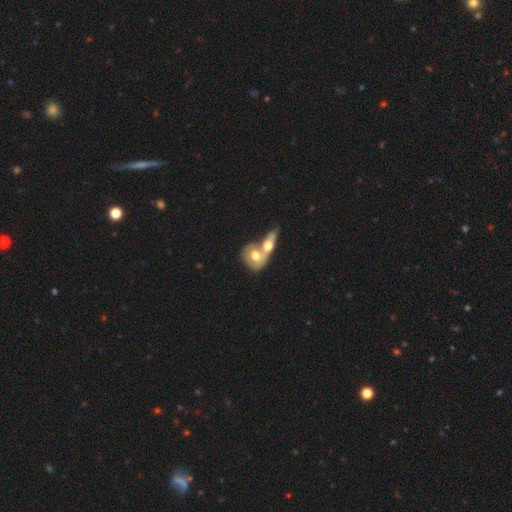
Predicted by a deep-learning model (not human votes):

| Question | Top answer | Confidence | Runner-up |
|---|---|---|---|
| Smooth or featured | smooth | 51% | featured or disk (42%) |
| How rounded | in between | 52% | round (42%) |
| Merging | merger | 69% | none (21%) |